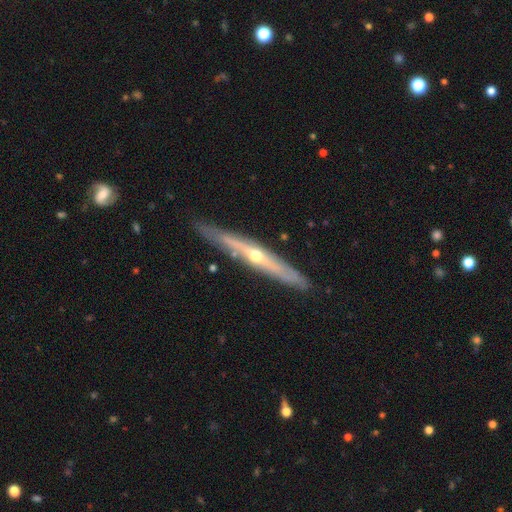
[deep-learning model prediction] Smooth or featured?
  - featured or disk: 75% *
  - smooth: 20%
  - star or artifact: 5%
Edge-on disk?
  - yes: 92% *
  - no: 8%
Edge-on bulge?
  - rounded: 83% *
  - none: 15%
  - boxy: 2%
Merging?
  - none: 84% *
  - minor disturbance: 12%
  - major disturbance: 2%
  - merger: 2%